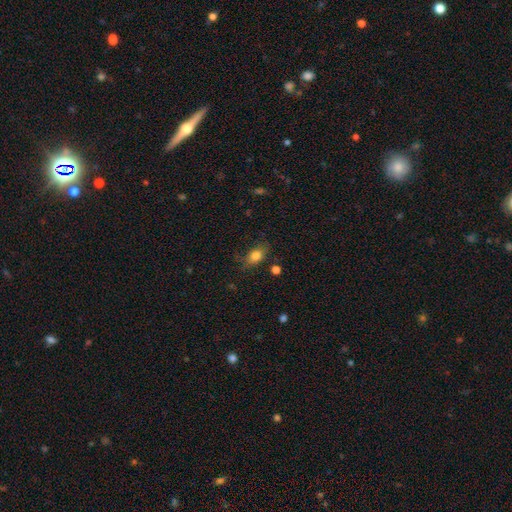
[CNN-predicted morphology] Smooth or featured? smooth (80%)
How rounded? in between (80%)
Merging? none (72%)